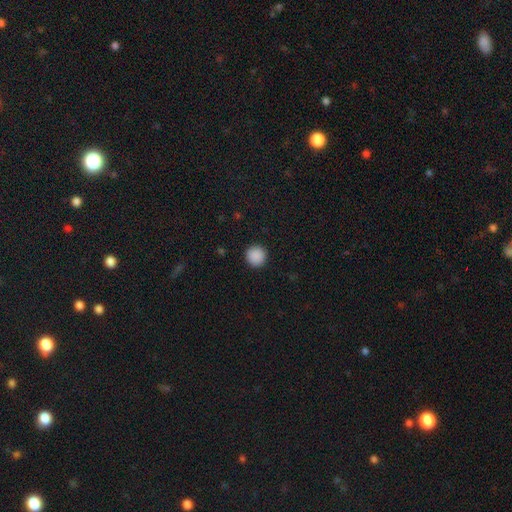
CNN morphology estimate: smooth_or_featured: smooth (p=0.89) [alt: star or artifact p=0.09]
how_rounded: round (p=0.94) [alt: in between p=0.05]
merging: none (p=0.91) [alt: minor disturbance p=0.06]